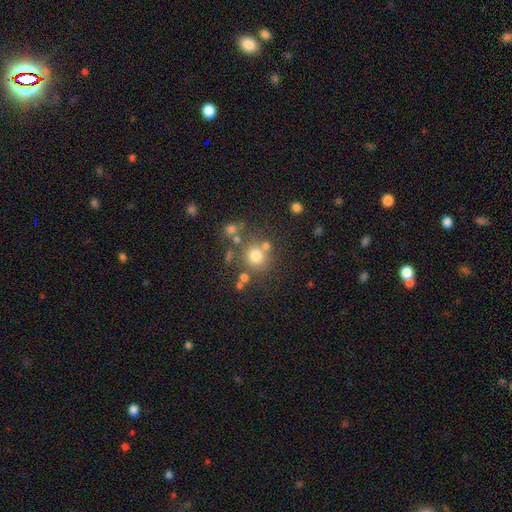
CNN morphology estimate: Smooth or featured? smooth (71%)
How rounded? round (90%)
Merging? none (69%)